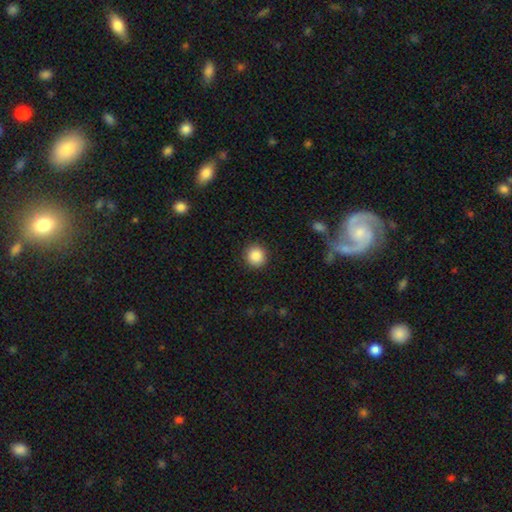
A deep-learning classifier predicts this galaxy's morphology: Smooth or featured?
  - smooth: 88% *
  - star or artifact: 9%
  - featured or disk: 3%
How rounded?
  - round: 94% *
  - in between: 5%
  - cigar-shaped: 1%
Merging?
  - none: 91% *
  - minor disturbance: 6%
  - major disturbance: 2%
  - merger: 1%